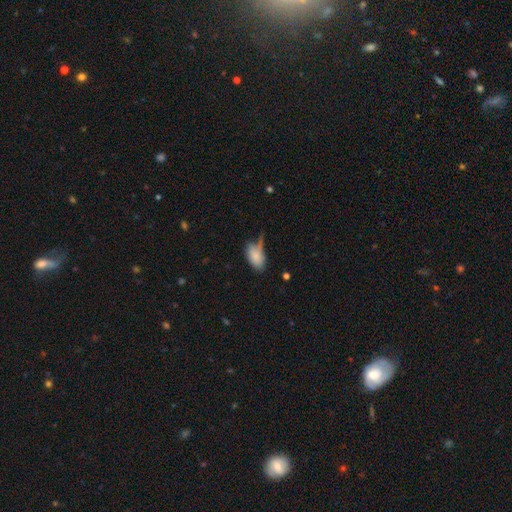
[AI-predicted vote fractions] The model was most divided on "merging": none: 43%, minor disturbance: 29%, major disturbance: 17%, merger: 11%. More confident: how rounded — in between (93%); smooth or featured — smooth (82%).